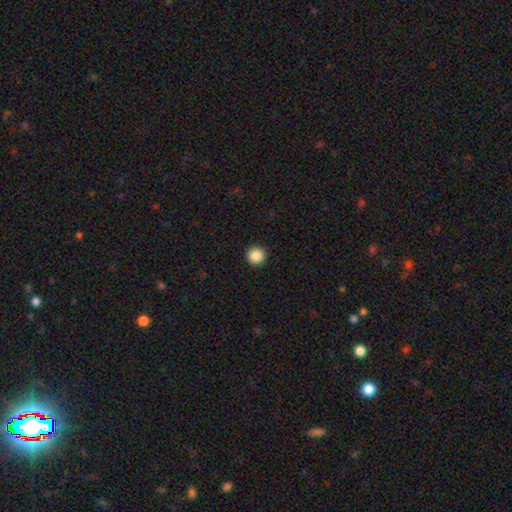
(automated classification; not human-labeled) Smooth or featured? Predicted: smooth (p=0.88). How rounded? Predicted: round (p=0.95). Merging? Predicted: none (p=0.93).